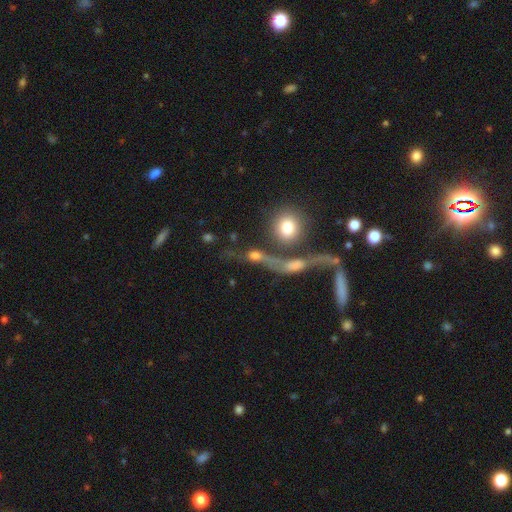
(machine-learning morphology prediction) smooth-or-featured: smooth: 45% | featured or disk: 39% | star or artifact: 16%
  merging: none: 34% | merger: 33% | major disturbance: 20% | minor disturbance: 13%